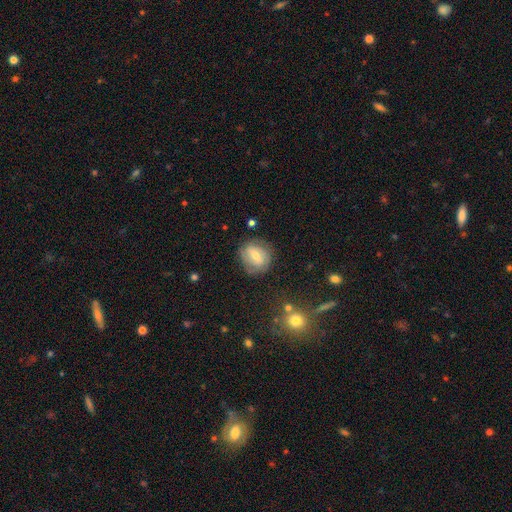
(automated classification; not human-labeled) smooth-or-featured: smooth: 52% | featured or disk: 38% | star or artifact: 9%
  how-rounded: round: 70% | in between: 29% | cigar-shaped: 2%
  merging: none: 74% | minor disturbance: 18% | major disturbance: 6% | merger: 2%